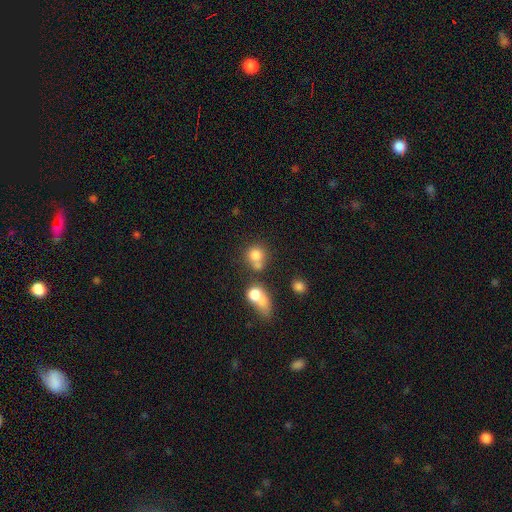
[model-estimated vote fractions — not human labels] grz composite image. It shows a smooth galaxy with no disk features (77%) that is round (81%). Merging: merger (42%).